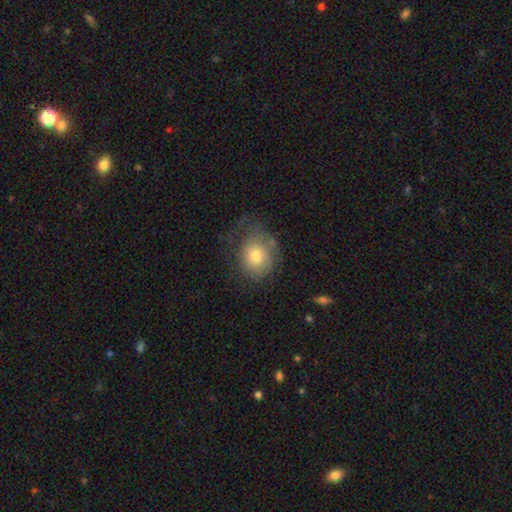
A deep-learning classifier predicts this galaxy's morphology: The model was most divided on "merging": none: 52%, minor disturbance: 27%, major disturbance: 19%, merger: 2%. More confident: smooth or featured — smooth (70%); how rounded — round (62%).